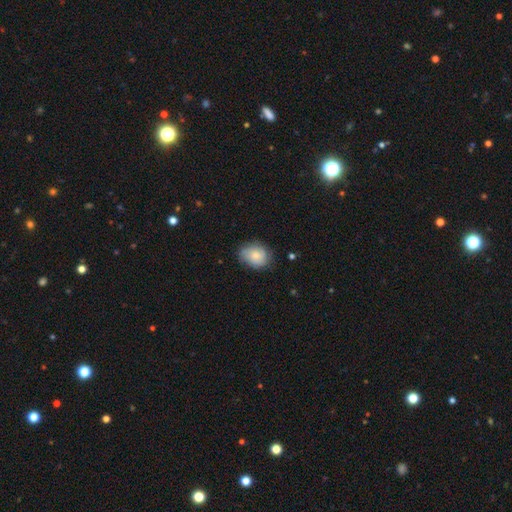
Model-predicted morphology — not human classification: Smooth or featured: smooth — 76% (featured or disk — 17%)
How rounded: round — 50% (in between — 49%)
Merging: none — 70% (minor disturbance — 24%)